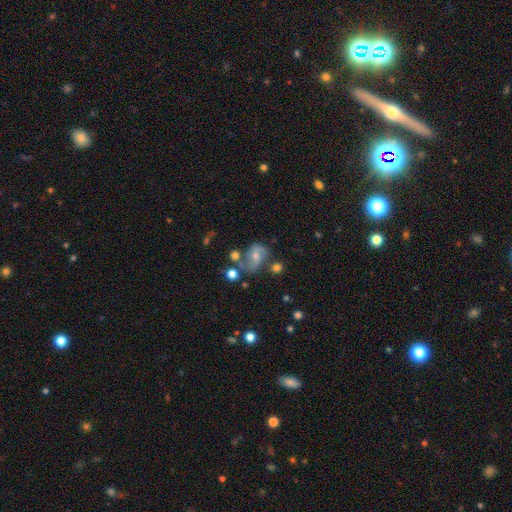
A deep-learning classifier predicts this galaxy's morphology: featured or disk 66%, smooth 20%, star or artifact 15%. Down the decision tree: edge-on disk — no (97%); bar — weak (42%); spiral arms — yes (87%); spiral arm count — 2 (81%); spiral winding — medium (46%); bulge size — small (46%); merging — none (55%).